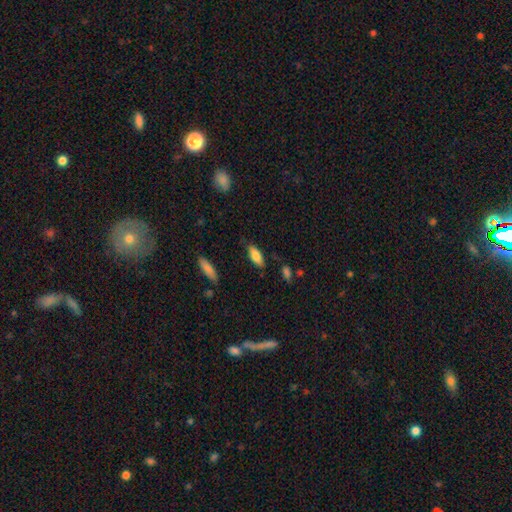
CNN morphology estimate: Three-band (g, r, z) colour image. It shows a smooth galaxy with no disk features (81%) that is in between round and cigar-shaped (77%). Merging: none (81%).